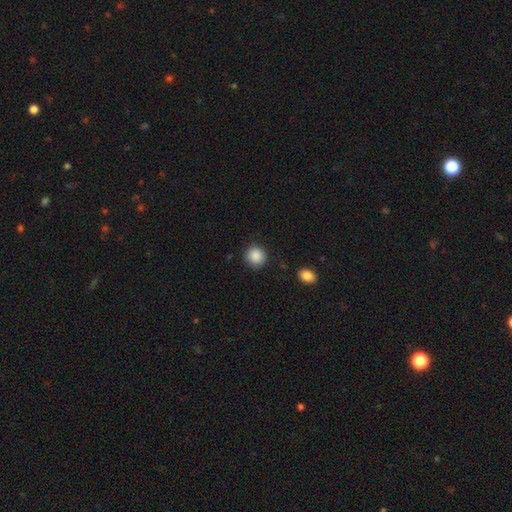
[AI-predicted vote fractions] This appears to be a smooth galaxy with no disk features (88%) that is round (91%). Merging: none (88%).